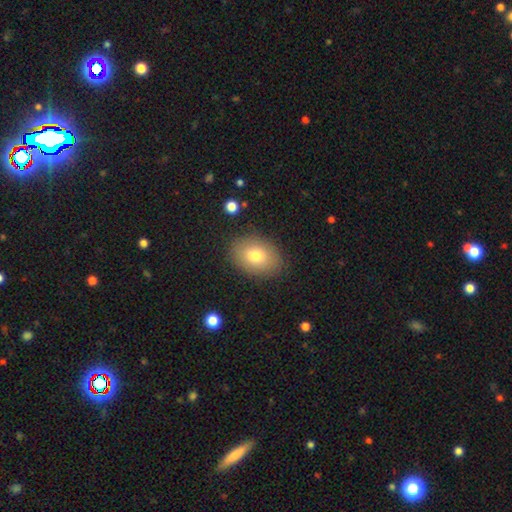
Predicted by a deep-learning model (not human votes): Smooth or featured? smooth (77%)
How rounded? in between (74%)
Merging? none (85%)